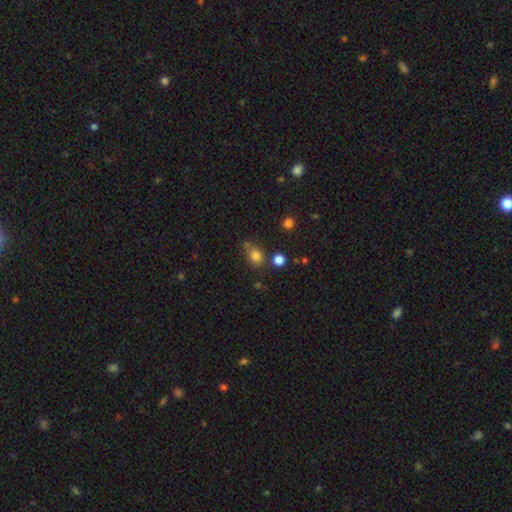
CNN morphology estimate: smooth_or_featured: smooth (p=0.80) [alt: star or artifact p=0.14]
how_rounded: round (p=0.53) [alt: in between p=0.46]
merging: none (p=0.59) [alt: minor disturbance p=0.22]